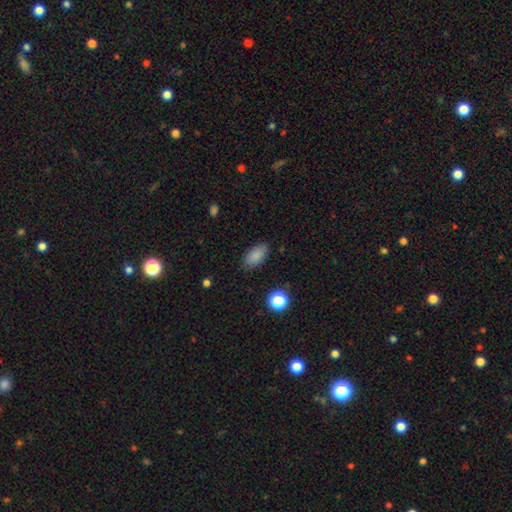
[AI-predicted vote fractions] Smooth or featured? Predicted: smooth (p=0.85). How rounded? Predicted: in between (p=0.91). Merging? Predicted: none (p=0.84).